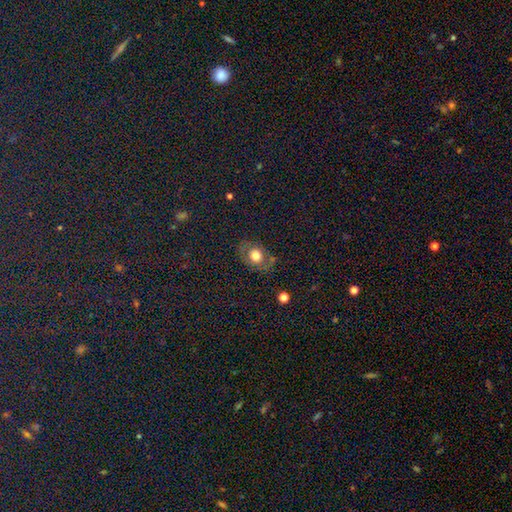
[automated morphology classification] This is likely a smooth galaxy (67%). How rounded: possibly in between (53%). Merging: likely none (70%).